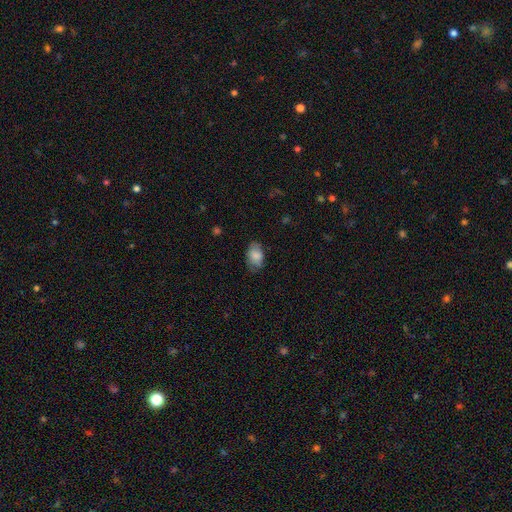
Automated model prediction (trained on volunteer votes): Smooth or featured: smooth — 80% (featured or disk — 13%)
How rounded: in between — 88% (round — 11%)
Merging: none — 70% (minor disturbance — 23%)